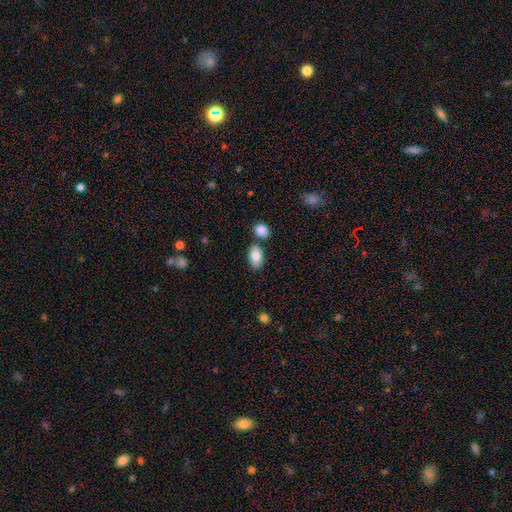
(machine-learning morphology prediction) Overall: smooth (85%). How rounded: in between (92%). Merging: none (73%).